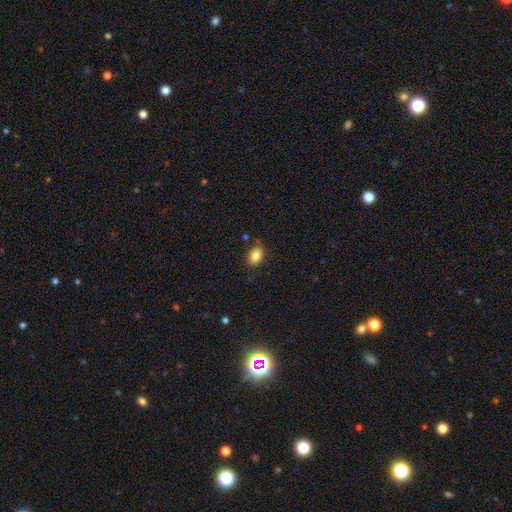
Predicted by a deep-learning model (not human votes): This appears to be a smooth galaxy with no disk features (85%) that is in between round and cigar-shaped (76%). Merging: none (81%).